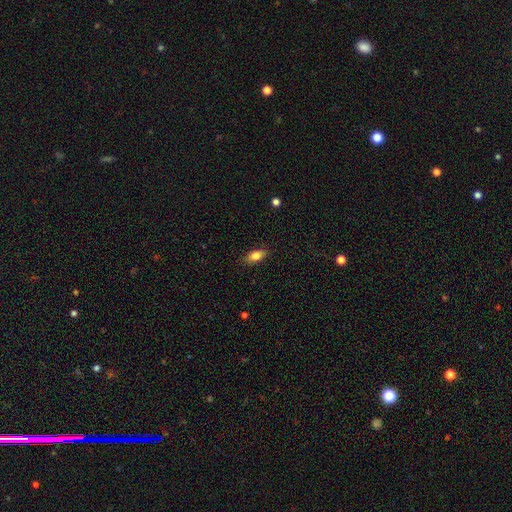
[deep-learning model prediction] smooth_or_featured: smooth (p=0.82) [alt: featured or disk p=0.10]
how_rounded: in between (p=0.82) [alt: cigar-shaped p=0.12]
merging: none (p=0.85) [alt: minor disturbance p=0.11]